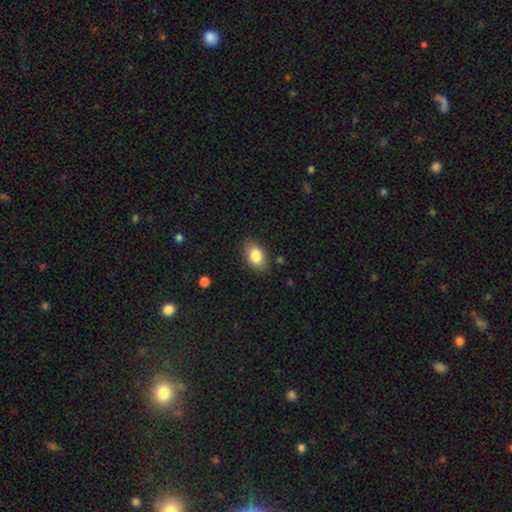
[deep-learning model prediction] Q: Smooth or featured?
A: smooth (83%); runner-up: featured or disk (10%)
Q: How rounded?
A: in between (90%); runner-up: round (8%)
Q: Merging?
A: none (83%); runner-up: minor disturbance (12%)